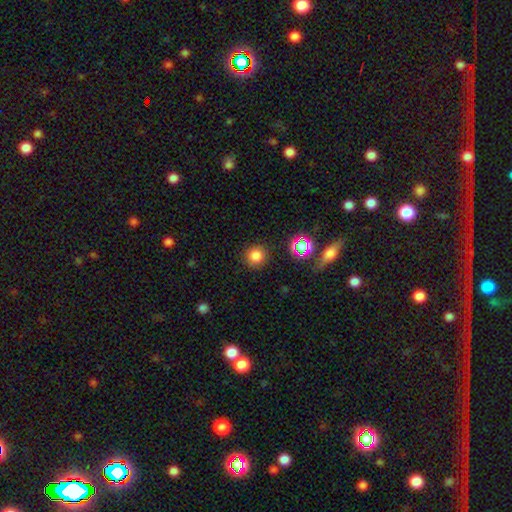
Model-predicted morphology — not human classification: type=smooth (78%); roundness=round (93%); merging=none (88%).